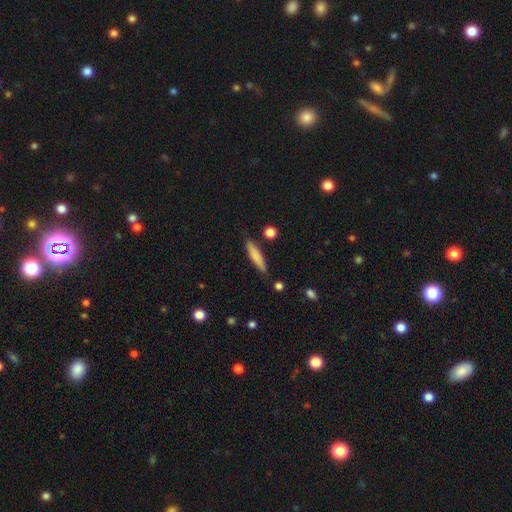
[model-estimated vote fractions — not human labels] A smooth galaxy with no disk features (77%) that is cigar-shaped (83%).

Vote fractions:
- Smooth or featured? smooth: 77% / featured or disk: 16% / star or artifact: 6%
- How rounded? cigar-shaped: 83% / in between: 16% / round: 2%
- Merging? none: 82% / minor disturbance: 13% / merger: 3% / major disturbance: 3%